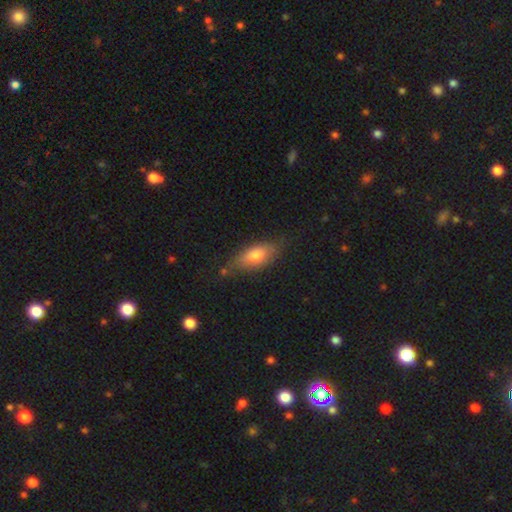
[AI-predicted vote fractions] Smooth or featured: smooth — 70% (featured or disk — 22%)
How rounded: in between — 80% (cigar-shaped — 16%)
Merging: none — 71% (minor disturbance — 21%)